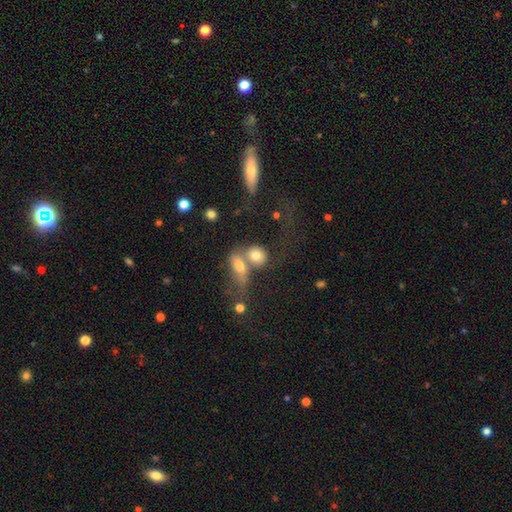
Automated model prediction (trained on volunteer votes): Morphology: type=smooth (74%); roundness=in between (49%); merging=merger (60%).